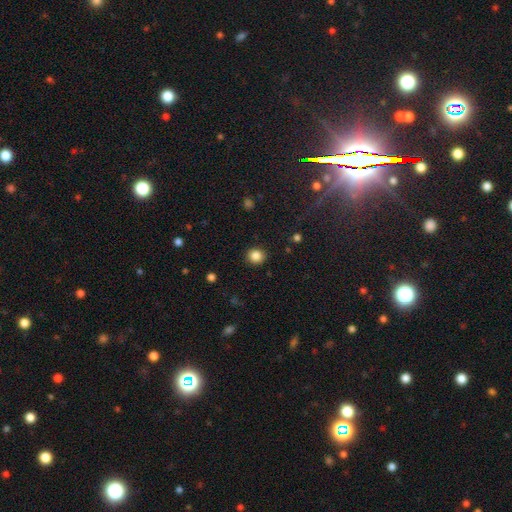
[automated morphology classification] type=smooth (85%); roundness=round (84%); merging=none (91%).